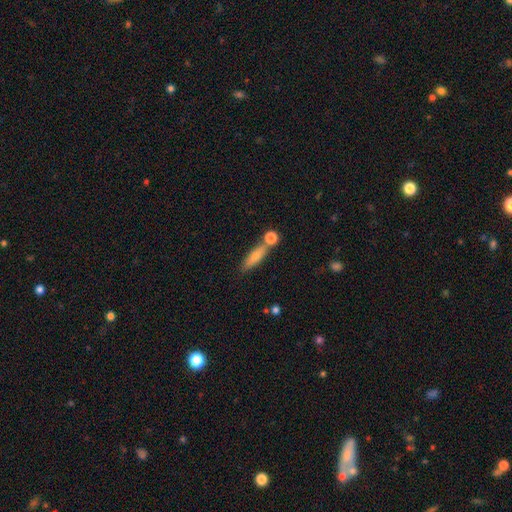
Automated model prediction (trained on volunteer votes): Smooth or featured?
  - smooth: 71% *
  - featured or disk: 21%
  - star or artifact: 7%
How rounded?
  - cigar-shaped: 60% *
  - in between: 35%
  - round: 4%
Merging?
  - none: 60% *
  - merger: 23%
  - minor disturbance: 13%
  - major disturbance: 4%